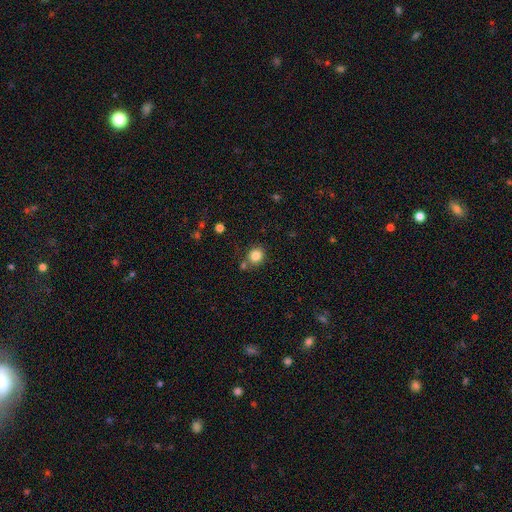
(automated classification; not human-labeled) Morphology: type=smooth (84%); roundness=round (82%); merging=none (75%).